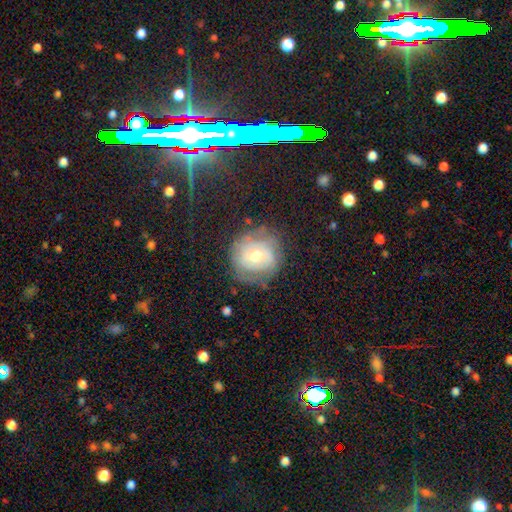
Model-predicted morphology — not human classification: Smooth or featured? featured or disk (52%)
Edge-on disk? no (95%)
Merging? none (66%)